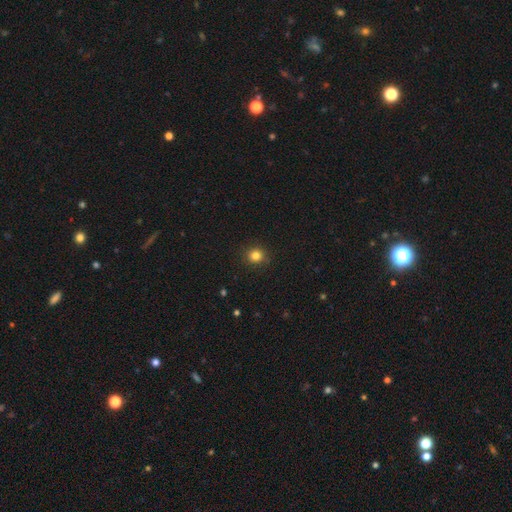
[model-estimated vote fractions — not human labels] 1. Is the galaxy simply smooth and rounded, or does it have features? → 83% smooth, 13% star or artifact, 4% featured or disk.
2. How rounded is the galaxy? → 89% round, 10% in between, 1% cigar-shaped.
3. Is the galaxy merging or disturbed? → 89% none, 8% minor disturbance, 2% major disturbance, 1% merger.